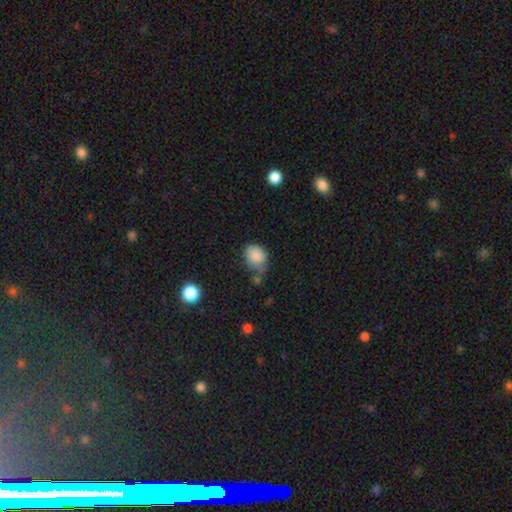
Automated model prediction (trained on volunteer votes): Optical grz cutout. It shows a smooth galaxy with no disk features (82%) that is in between round and cigar-shaped (56%). Merging: none (46%).